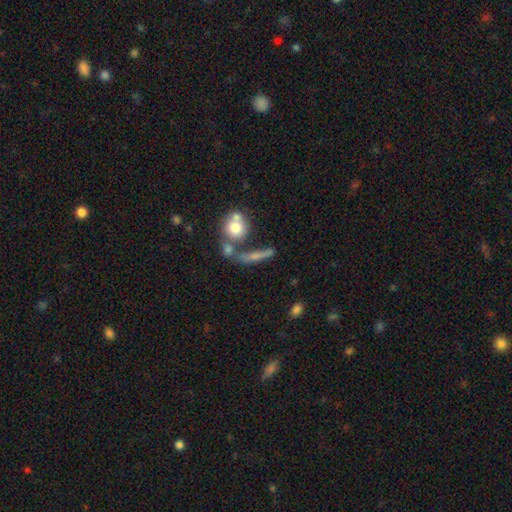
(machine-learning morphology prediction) smooth_or_featured: smooth (p=0.49) [alt: featured or disk p=0.38]
merging: none (p=0.50) [alt: merger p=0.26]